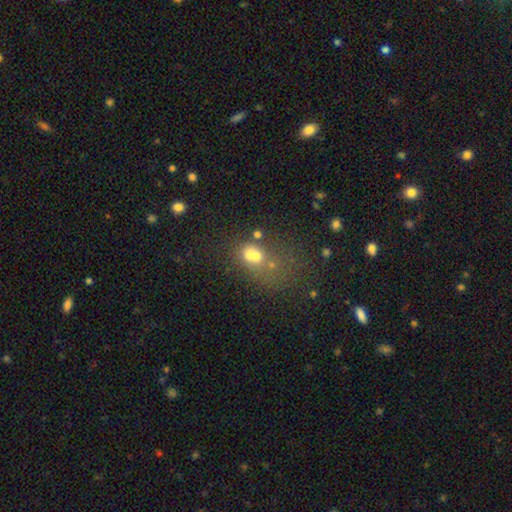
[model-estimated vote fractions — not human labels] Overall: smooth (56%; featured or disk 22%). How rounded: in between (56%; round 42%). Merging: merger (46%; none 26%).